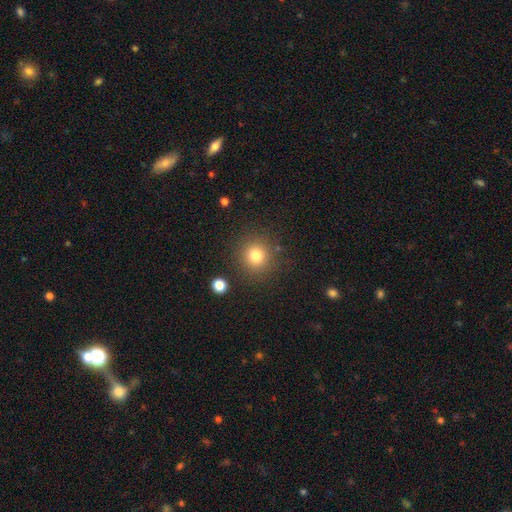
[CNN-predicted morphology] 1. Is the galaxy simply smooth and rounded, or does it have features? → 79% smooth, 13% star or artifact, 7% featured or disk.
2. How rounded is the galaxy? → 93% round, 6% in between, 1% cigar-shaped.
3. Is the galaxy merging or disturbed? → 86% none, 8% minor disturbance, 3% major disturbance, 3% merger.